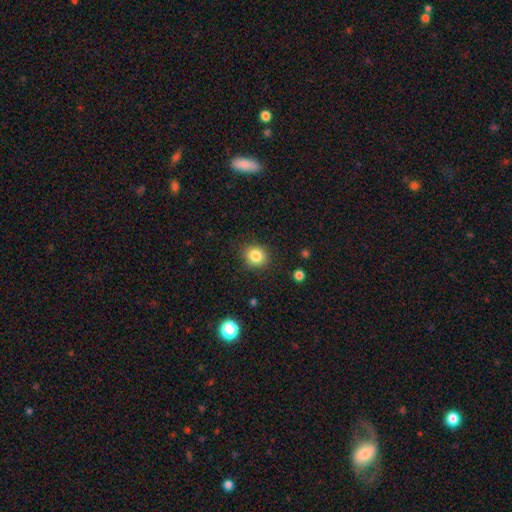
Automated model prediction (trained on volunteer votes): Smooth or featured? smooth (84%)
How rounded? round (83%)
Merging? none (88%)